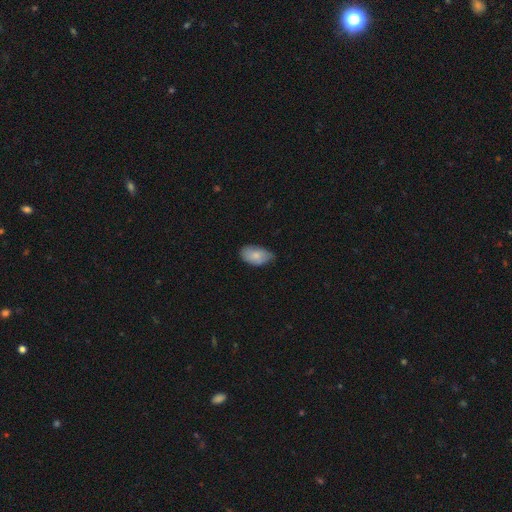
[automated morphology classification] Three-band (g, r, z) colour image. It shows a smooth galaxy with no disk features (79%) that is in between round and cigar-shaped (93%). Merging: none (63%).